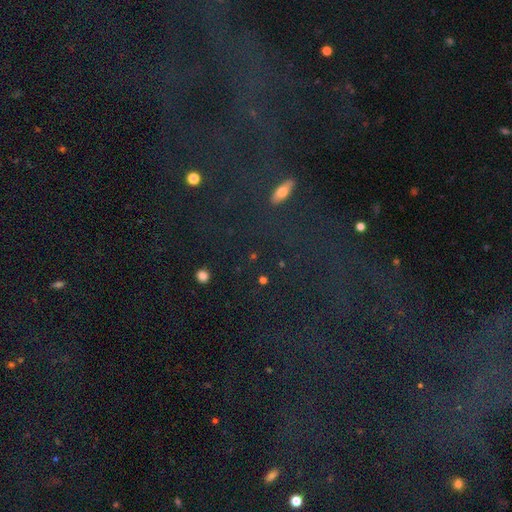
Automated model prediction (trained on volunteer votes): Smooth or featured?
  - star or artifact: 79% *
  - smooth: 11%
  - featured or disk: 10%